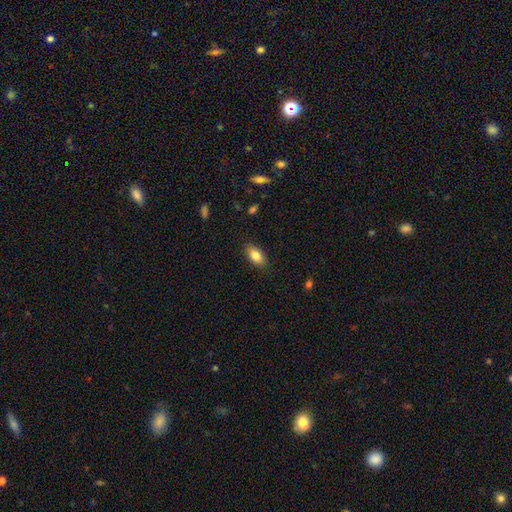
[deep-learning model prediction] Overall: smooth (82%). How rounded: in between (90%). Merging: none (86%).